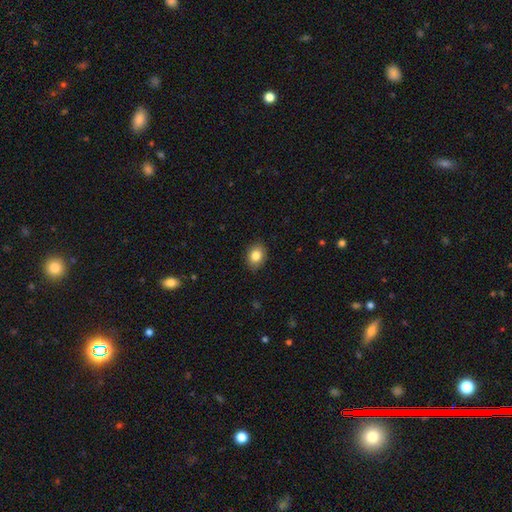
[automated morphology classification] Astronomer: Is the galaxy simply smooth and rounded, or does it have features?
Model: smooth — 84%.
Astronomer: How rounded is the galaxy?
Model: in between — 57% (runner-up: round, 43%).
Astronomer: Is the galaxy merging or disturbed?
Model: none — 88%.